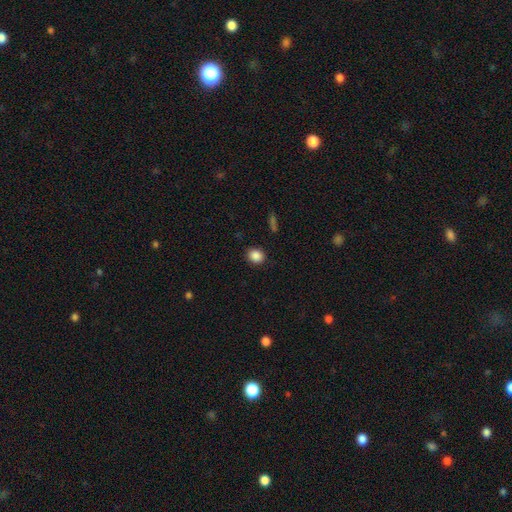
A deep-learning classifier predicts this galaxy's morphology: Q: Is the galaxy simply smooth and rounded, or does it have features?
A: smooth — 87%.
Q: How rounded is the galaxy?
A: round — 70%.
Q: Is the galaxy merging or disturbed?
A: none — 89%.